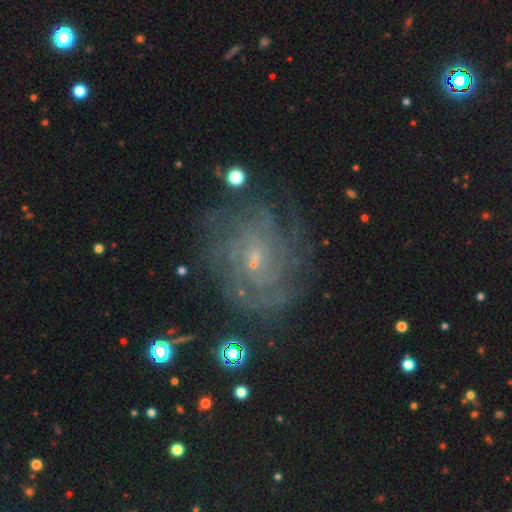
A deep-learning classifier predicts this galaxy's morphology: type=featured or disk (81%); edge-on=no (97%); bar=no (46%); spiral arms=yes (92%); winding=tight (61%); arm count=can't tell (43%); bulge=small (77%); merging=none (76%).